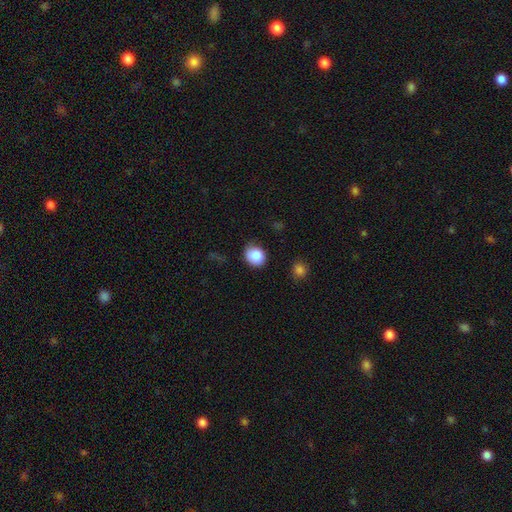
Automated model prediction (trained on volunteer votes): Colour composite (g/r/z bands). It shows a smooth galaxy with no disk features (86%) that is round (66%). Merging: none (76%).